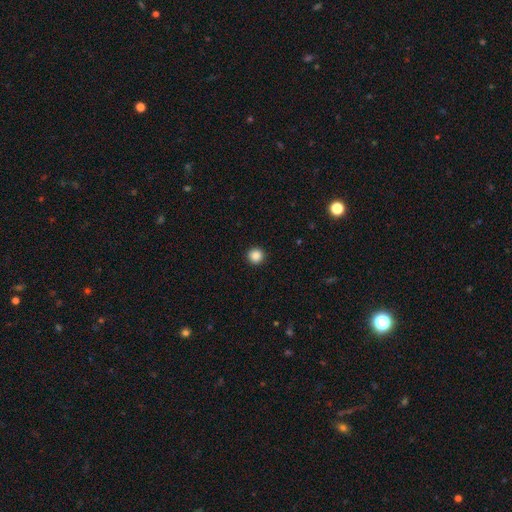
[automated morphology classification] The model was most divided on "smooth or featured": smooth: 87%, star or artifact: 10%, featured or disk: 3%. More confident: how rounded — round (96%); merging — none (94%).